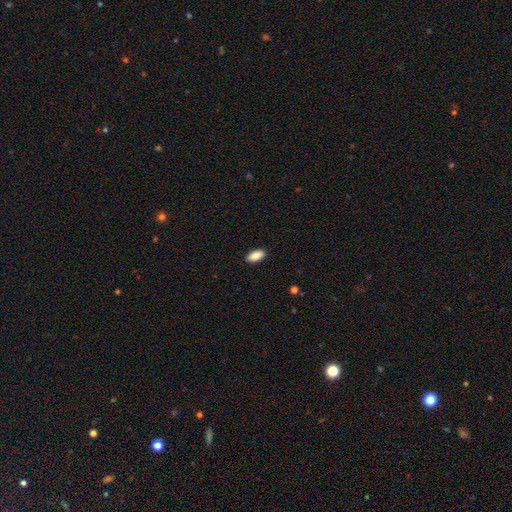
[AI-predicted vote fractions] This is clearly a smooth galaxy (89%). How rounded: clearly in between (92%). Merging: clearly none (90%).